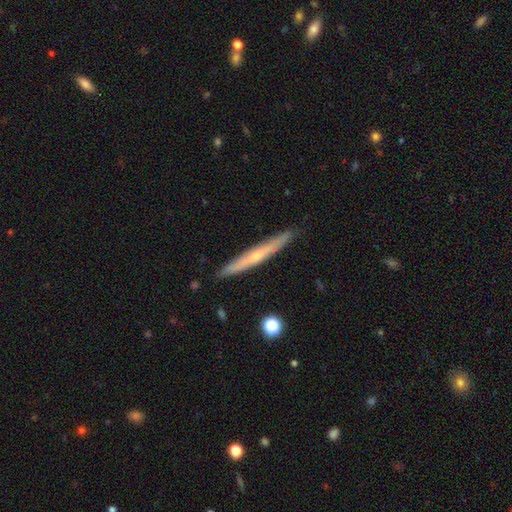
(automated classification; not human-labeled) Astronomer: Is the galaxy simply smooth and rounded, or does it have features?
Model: featured or disk — 59% (runner-up: smooth, 35%).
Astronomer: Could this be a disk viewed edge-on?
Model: yes — 95%.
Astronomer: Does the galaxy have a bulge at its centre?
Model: rounded — 61% (runner-up: none, 36%).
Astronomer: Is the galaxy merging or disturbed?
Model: none — 90%.